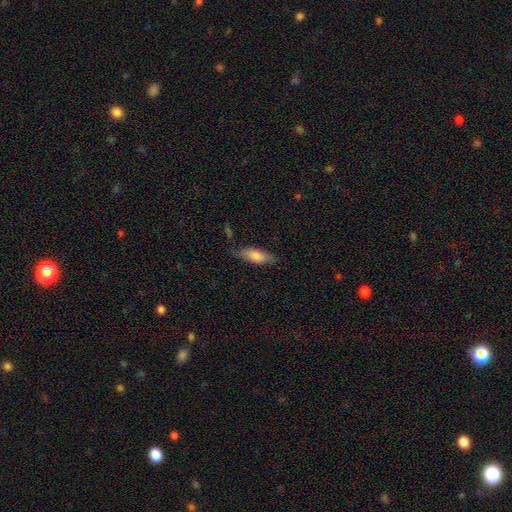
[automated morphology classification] This is likely a smooth galaxy (71%). How rounded: possibly in between (52%). Merging: likely none (76%).